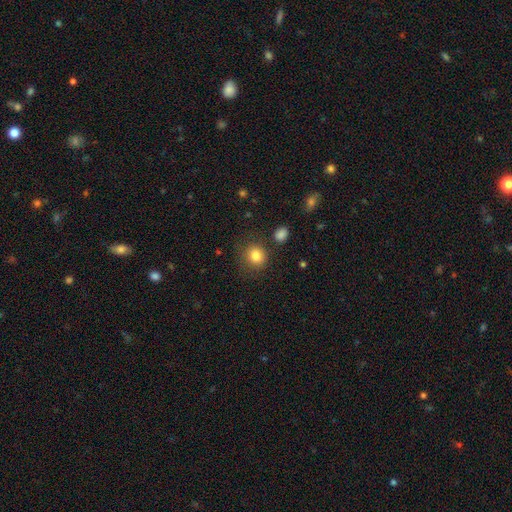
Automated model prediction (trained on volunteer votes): Smooth or featured?
  - smooth: 84% *
  - star or artifact: 10%
  - featured or disk: 6%
How rounded?
  - round: 83% *
  - in between: 16%
  - cigar-shaped: 1%
Merging?
  - none: 80% *
  - minor disturbance: 11%
  - major disturbance: 4%
  - merger: 4%